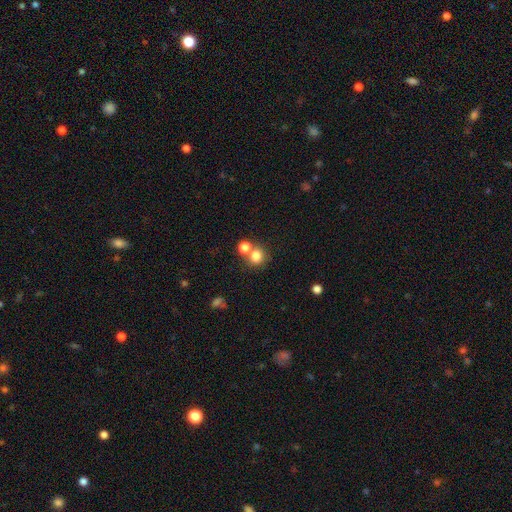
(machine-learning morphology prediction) This is likely a smooth galaxy (79%). How rounded: clearly round (81%). Merging: possibly none (56%).